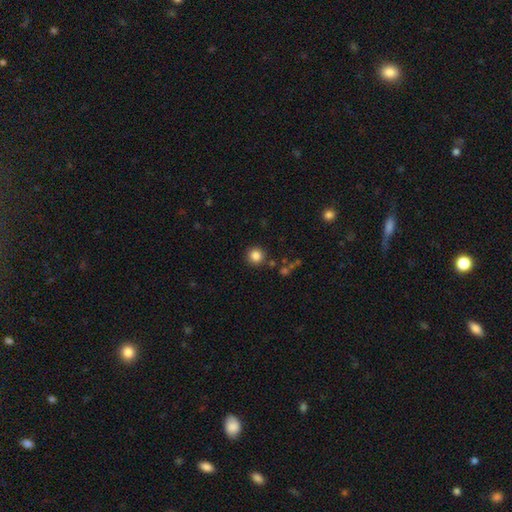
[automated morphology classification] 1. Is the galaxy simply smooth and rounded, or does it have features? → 84% smooth, 11% star or artifact, 5% featured or disk.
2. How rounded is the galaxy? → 94% round, 5% in between, 1% cigar-shaped.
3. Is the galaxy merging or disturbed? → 88% none, 6% minor disturbance, 3% merger, 2% major disturbance.